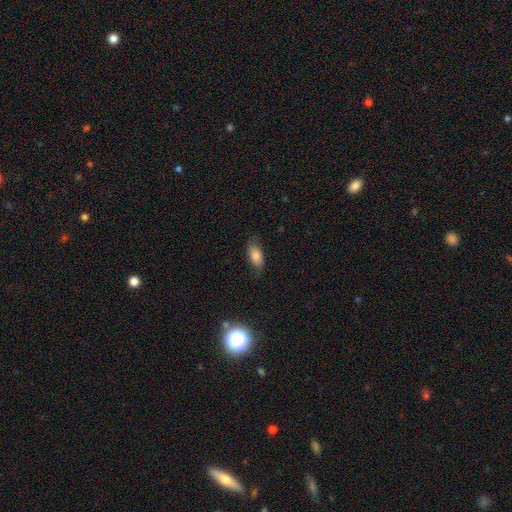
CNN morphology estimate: This appears to be a smooth galaxy with no disk features (80%) that is in between round and cigar-shaped (87%). Merging: none (75%).